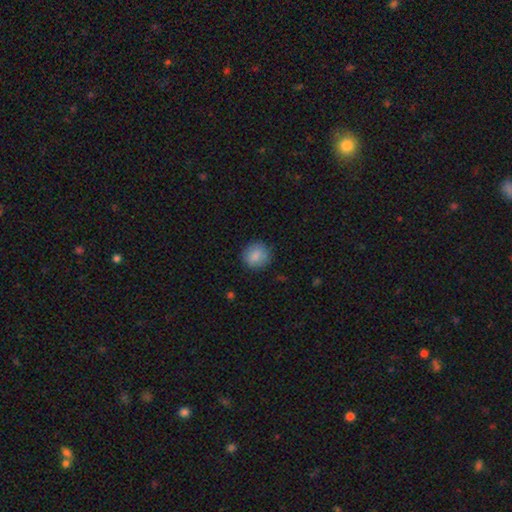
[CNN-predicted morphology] A smooth galaxy with no disk features (87%) that is round (87%).

Vote fractions:
- Smooth or featured? smooth: 87% / star or artifact: 8% / featured or disk: 6%
- How rounded? round: 87% / in between: 12% / cigar-shaped: 1%
- Merging? none: 86% / minor disturbance: 10% / major disturbance: 3% / merger: 1%